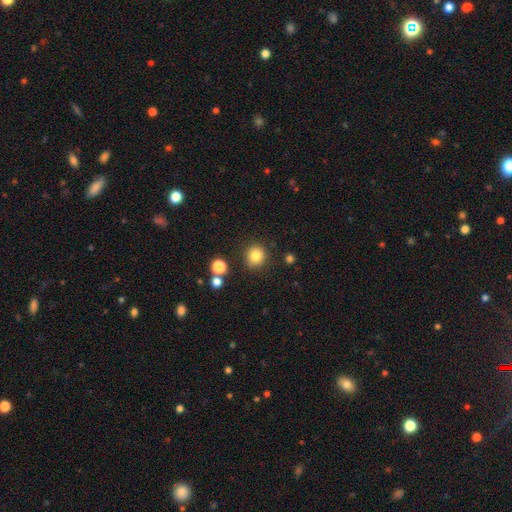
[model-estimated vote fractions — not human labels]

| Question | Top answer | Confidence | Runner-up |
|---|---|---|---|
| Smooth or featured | smooth | 83% | star or artifact (12%) |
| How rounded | round | 88% | in between (11%) |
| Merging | none | 86% | minor disturbance (8%) |